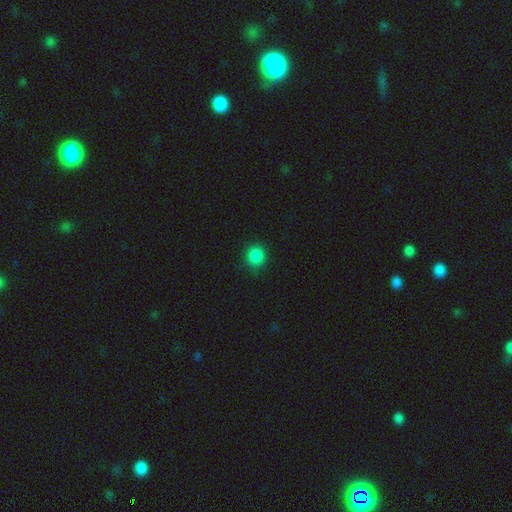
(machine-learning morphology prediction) This appears to be a smooth galaxy with no disk features (86%) that is round (90%). Merging: none (88%).